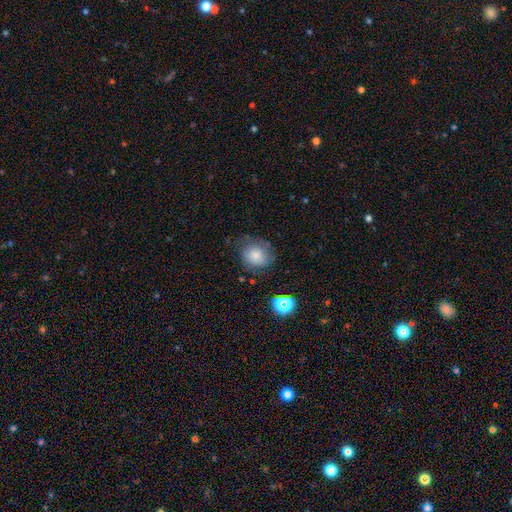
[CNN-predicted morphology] Overall: smooth (76%). How rounded: round (78%). Merging: none (66%).